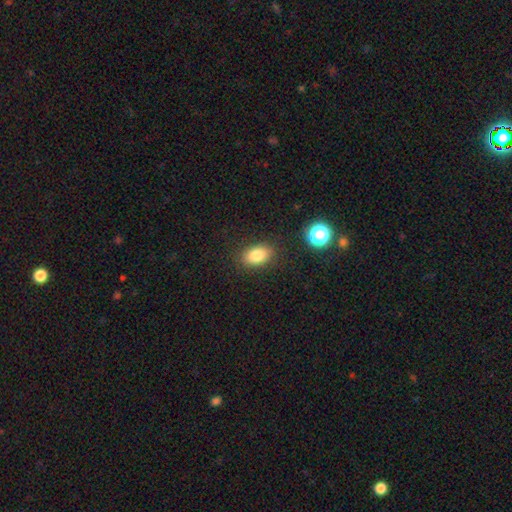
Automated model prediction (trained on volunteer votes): smooth-or-featured: smooth: 82% | star or artifact: 10% | featured or disk: 8%
  how-rounded: in between: 86% | round: 12% | cigar-shaped: 2%
  merging: none: 85% | minor disturbance: 10% | major disturbance: 3% | merger: 2%